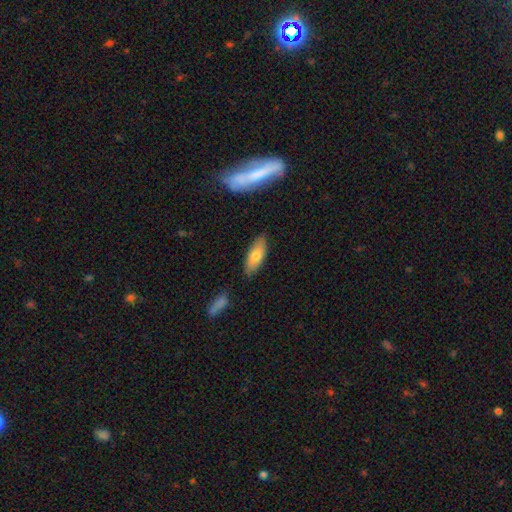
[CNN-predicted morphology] A smooth galaxy with no disk features (75%) that is in between round and cigar-shaped (76%). Merging: none (84%).